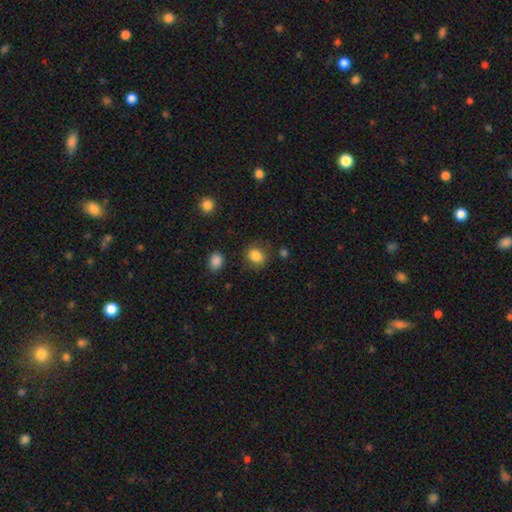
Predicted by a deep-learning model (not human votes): This appears to be a smooth galaxy with no disk features (85%) that is round (60%). Merging: none (79%).